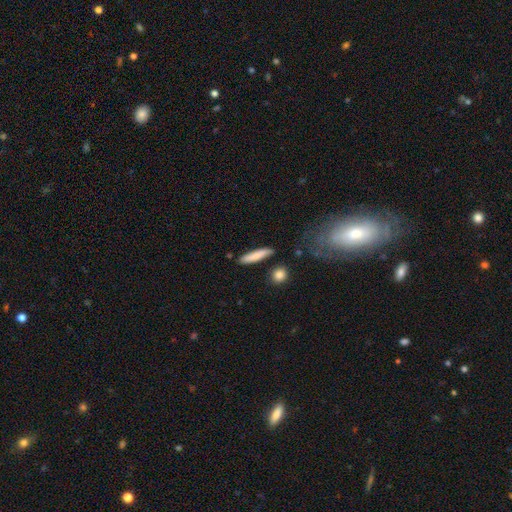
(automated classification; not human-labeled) Smooth or featured?
  - smooth: 79% *
  - featured or disk: 15%
  - star or artifact: 6%
How rounded?
  - cigar-shaped: 87% *
  - in between: 11%
  - round: 2%
Merging?
  - none: 83% *
  - minor disturbance: 11%
  - merger: 4%
  - major disturbance: 3%